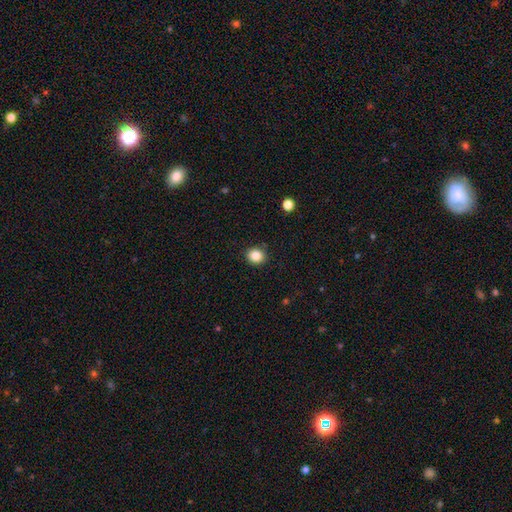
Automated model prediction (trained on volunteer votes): Q: Smooth or featured?
A: smooth (85%); runner-up: star or artifact (10%)
Q: How rounded?
A: round (78%); runner-up: in between (21%)
Q: Merging?
A: none (89%); runner-up: minor disturbance (7%)